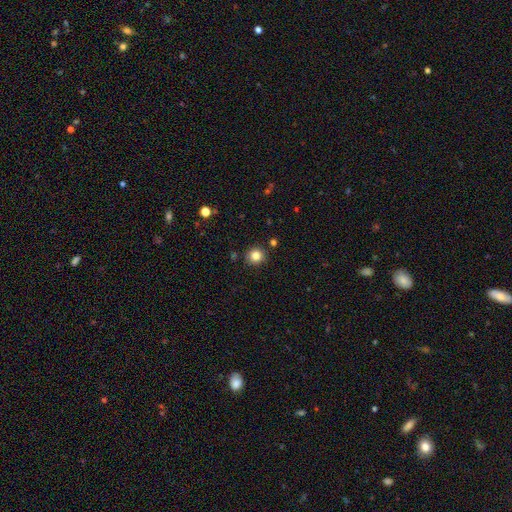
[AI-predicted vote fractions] Smooth or featured?
  - smooth: 84% *
  - star or artifact: 11%
  - featured or disk: 5%
How rounded?
  - round: 92% *
  - in between: 7%
  - cigar-shaped: 1%
Merging?
  - none: 88% *
  - minor disturbance: 7%
  - merger: 2%
  - major disturbance: 2%